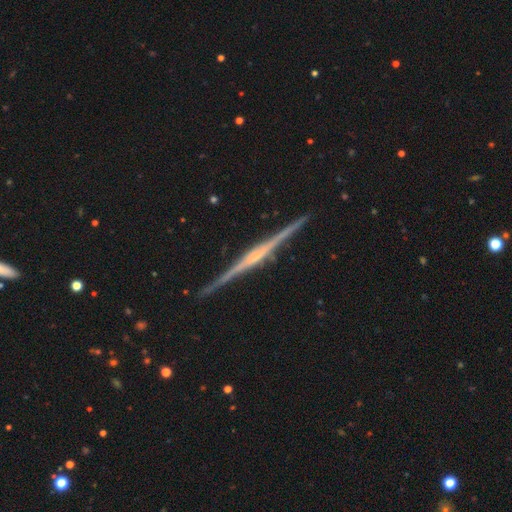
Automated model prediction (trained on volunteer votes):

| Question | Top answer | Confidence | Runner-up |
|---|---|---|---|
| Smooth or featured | featured or disk | 88% | smooth (7%) |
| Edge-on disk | yes | 99% | no (1%) |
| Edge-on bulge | rounded | 52% | none (26%) |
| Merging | none | 91% | minor disturbance (6%) |